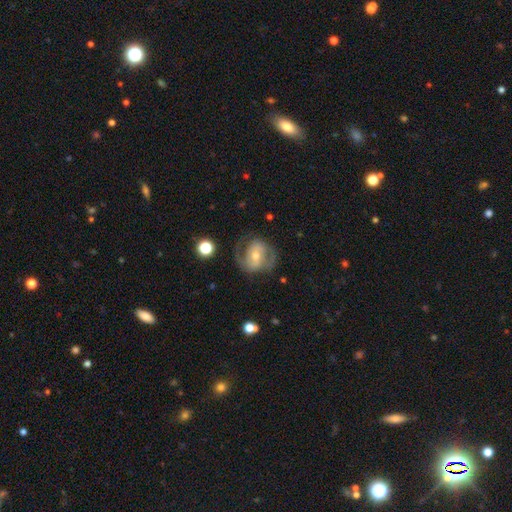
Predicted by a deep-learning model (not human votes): This is likely a featured or disk galaxy (74%). It is clearly not viewed edge-on (97%). Bar: marginally weak (39%). Spiral arm pattern: clearly yes (85%). Spiral arm count: clearly 2 (82%). Spiral winding: possibly medium (50%). Central bulge: possibly moderate (53%). Merging: likely none (66%).